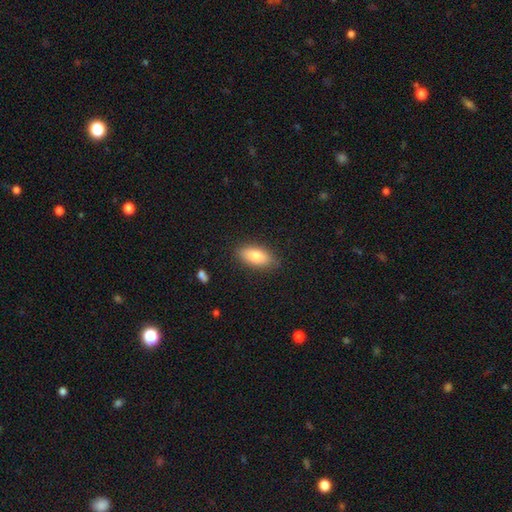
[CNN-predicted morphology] Smooth or featured? Predicted: smooth (p=0.81). How rounded? Predicted: in between (p=0.84). Merging? Predicted: none (p=0.85).